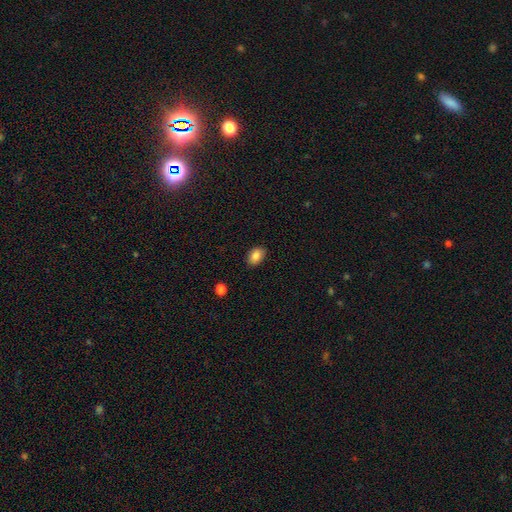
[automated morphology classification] Smooth or featured?
  - smooth: 86% *
  - star or artifact: 8%
  - featured or disk: 6%
How rounded?
  - in between: 83% *
  - round: 15%
  - cigar-shaped: 1%
Merging?
  - none: 87% *
  - minor disturbance: 9%
  - major disturbance: 2%
  - merger: 1%